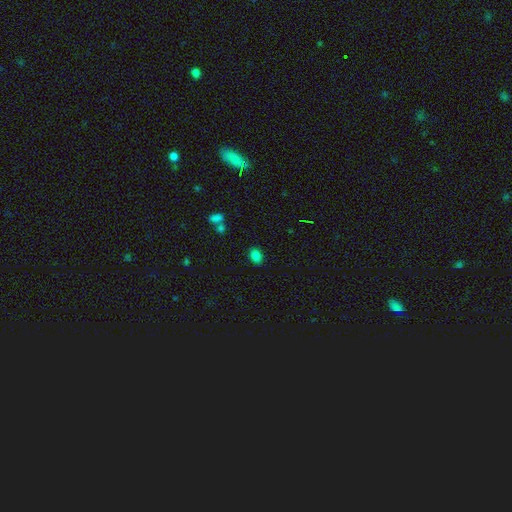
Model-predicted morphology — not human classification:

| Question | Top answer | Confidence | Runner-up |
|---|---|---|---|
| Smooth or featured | smooth | 83% | star or artifact (12%) |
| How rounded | in between | 77% | round (22%) |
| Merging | none | 85% | minor disturbance (9%) |